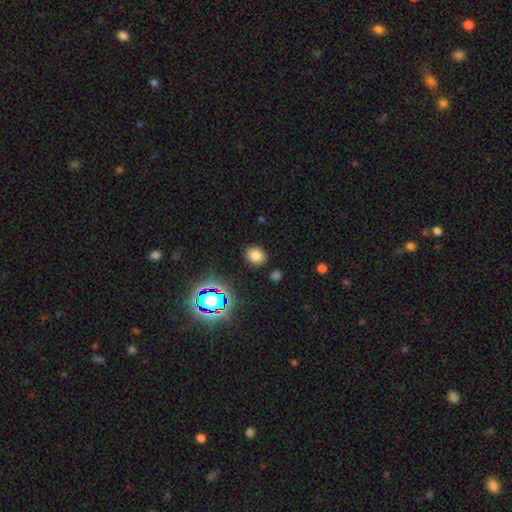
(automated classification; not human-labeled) Morphology: type=smooth (76%); roundness=round (58%); merging=none (87%).